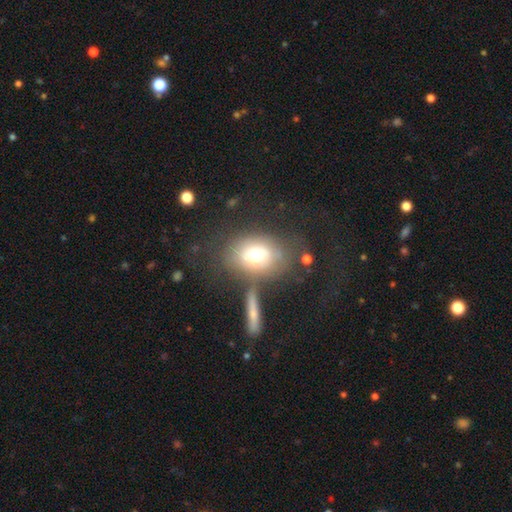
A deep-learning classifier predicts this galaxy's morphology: Smooth or featured? smooth (67%)
How rounded? in between (63%)
Merging? none (57%)